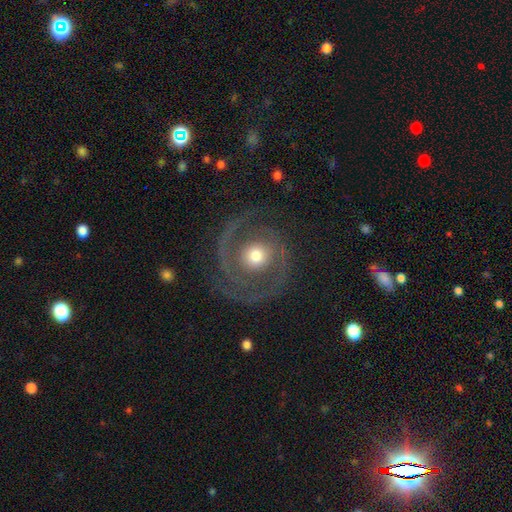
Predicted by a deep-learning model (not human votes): Smooth or featured?
  - featured or disk: 72% *
  - smooth: 21%
  - star or artifact: 7%
Edge-on disk?
  - no: 96% *
  - yes: 4%
Bar?
  - no: 81% *
  - weak: 14%
  - strong: 5%
Spiral arms?
  - yes: 71% *
  - no: 29%
Bulge size?
  - moderate: 62% *
  - large: 17%
  - small: 17%
  - dominant: 3%
  - none: 1%
Merging?
  - none: 71% *
  - major disturbance: 14%
  - minor disturbance: 12%
  - merger: 2%